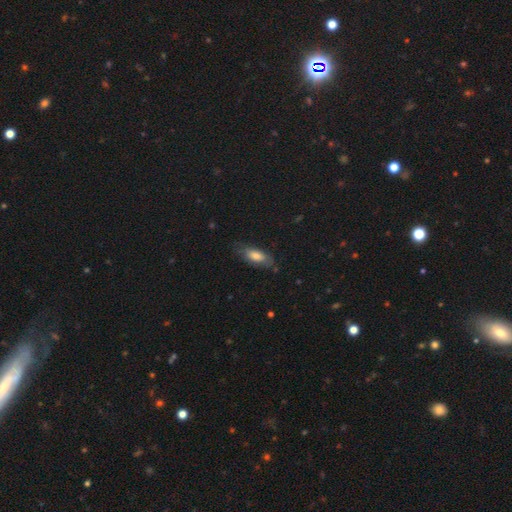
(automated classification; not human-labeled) The model was most divided on "merging": none: 70%, minor disturbance: 22%, major disturbance: 6%, merger: 1%. More confident: how rounded — in between (75%); smooth or featured — smooth (73%).